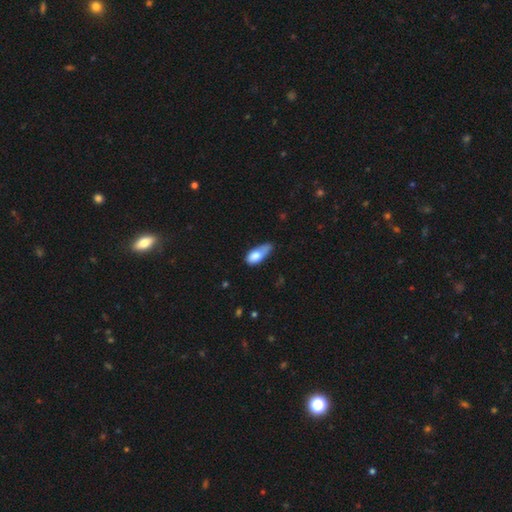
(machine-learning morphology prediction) This appears to be a smooth galaxy with no disk features (76%) that is in between round and cigar-shaped (83%). Merging: minor disturbance (43%).